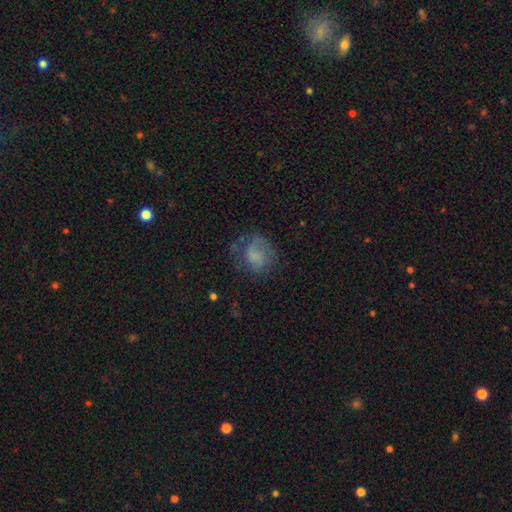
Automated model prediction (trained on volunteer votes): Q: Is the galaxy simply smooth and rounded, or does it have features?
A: smooth — 57%.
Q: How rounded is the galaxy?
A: round — 60%.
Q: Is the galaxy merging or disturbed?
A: none — 48%.